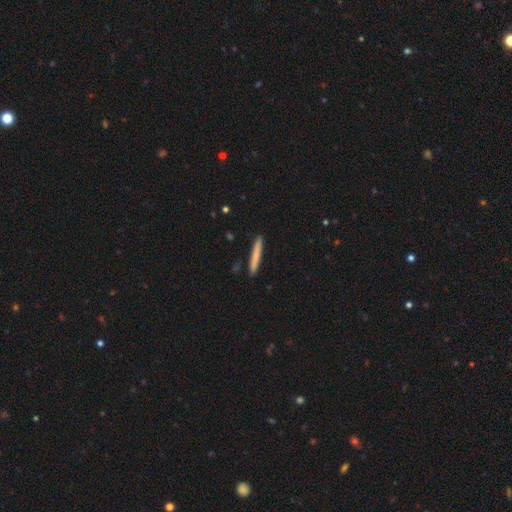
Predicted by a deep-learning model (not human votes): Smooth or featured?
  - smooth: 75% *
  - featured or disk: 20%
  - star or artifact: 5%
How rounded?
  - cigar-shaped: 97% *
  - in between: 2%
  - round: 1%
Merging?
  - none: 91% *
  - minor disturbance: 6%
  - merger: 1%
  - major disturbance: 1%